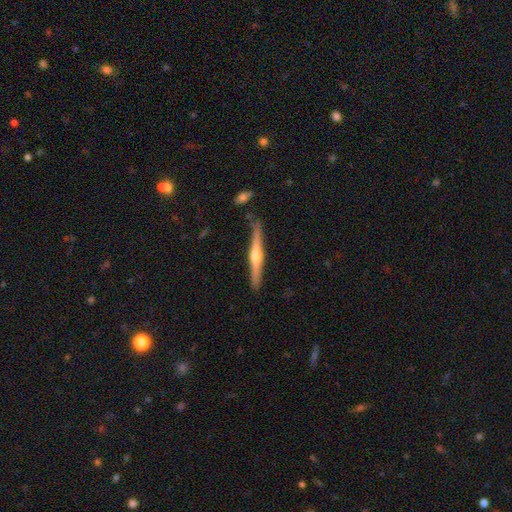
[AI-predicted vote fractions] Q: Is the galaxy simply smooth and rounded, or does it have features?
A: featured or disk — 75%.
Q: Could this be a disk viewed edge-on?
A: yes — 98%.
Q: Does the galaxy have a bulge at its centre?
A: rounded — 92%.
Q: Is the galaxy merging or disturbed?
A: none — 87%.